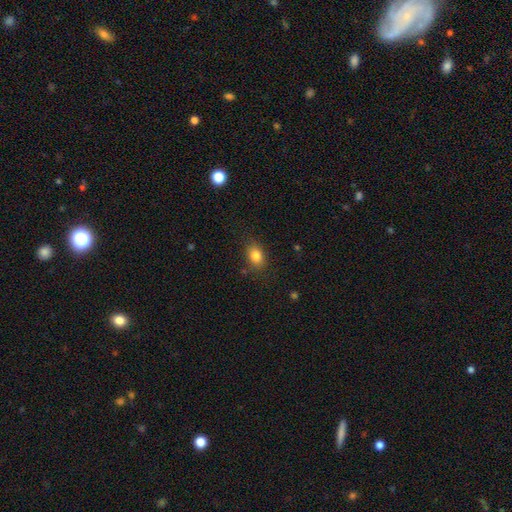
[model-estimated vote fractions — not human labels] A smooth galaxy with no disk features (82%) that is in between round and cigar-shaped (73%).

Vote fractions:
- Smooth or featured? smooth: 82% / star or artifact: 10% / featured or disk: 8%
- How rounded? in between: 73% / round: 26% / cigar-shaped: 1%
- Merging? none: 83% / minor disturbance: 12% / major disturbance: 3% / merger: 2%